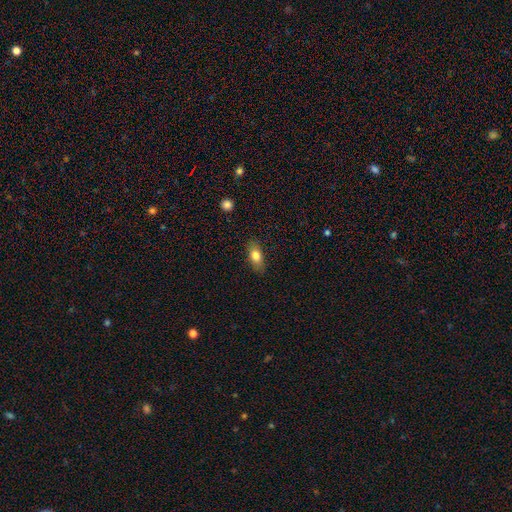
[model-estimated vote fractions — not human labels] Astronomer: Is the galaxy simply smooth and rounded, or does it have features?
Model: smooth — 78%.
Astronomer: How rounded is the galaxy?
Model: in between — 83%.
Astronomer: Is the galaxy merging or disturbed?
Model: none — 85%.